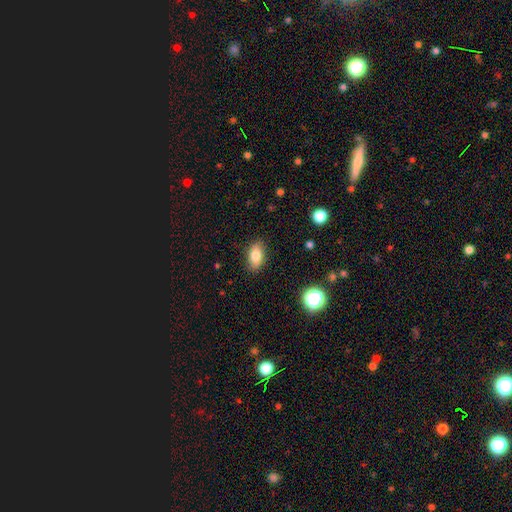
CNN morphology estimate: Smooth or featured? smooth (82%)
How rounded? in between (90%)
Merging? none (87%)